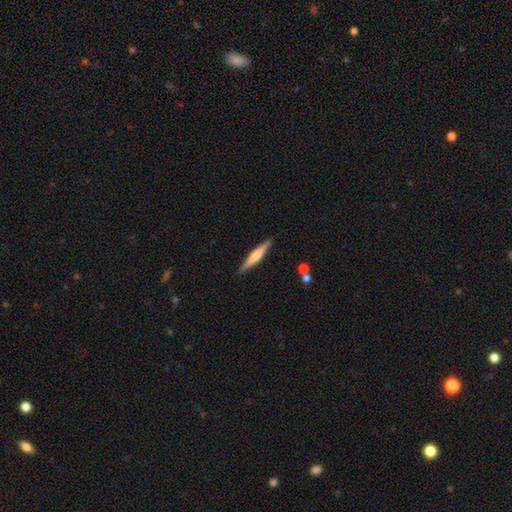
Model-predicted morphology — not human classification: smooth-or-featured: featured or disk: 47% (tied) | smooth: 47% (tied) | star or artifact: 5%
  merging: none: 89% | minor disturbance: 8% | merger: 2% | major disturbance: 2%